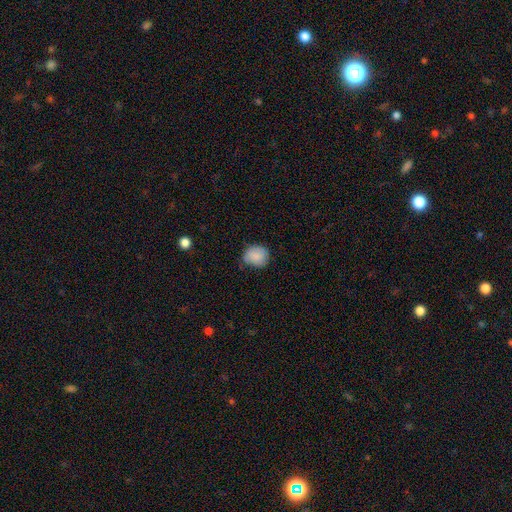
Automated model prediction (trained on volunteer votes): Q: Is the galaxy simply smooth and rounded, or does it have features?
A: smooth — 83%.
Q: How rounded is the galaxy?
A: round — 69%.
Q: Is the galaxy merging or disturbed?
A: none — 59%.